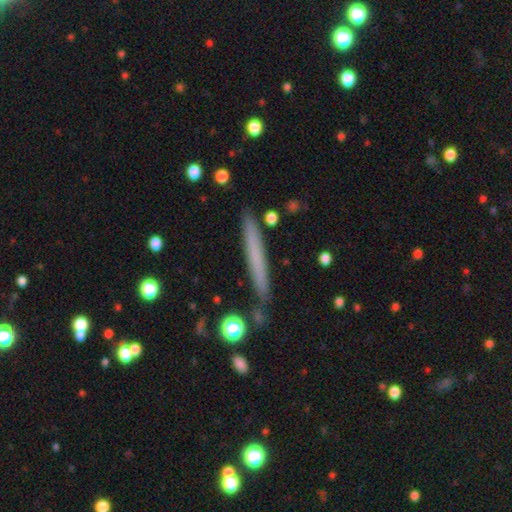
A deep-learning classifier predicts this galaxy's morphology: type=smooth (55%); roundness=cigar-shaped (95%); merging=none (84%).